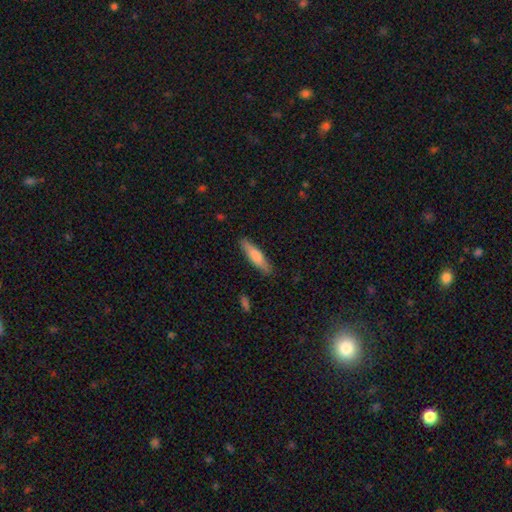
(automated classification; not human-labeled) smooth_or_featured: smooth (p=0.73) [alt: featured or disk p=0.22]
how_rounded: cigar-shaped (p=0.77) [alt: in between p=0.22]
merging: none (p=0.87) [alt: minor disturbance p=0.09]